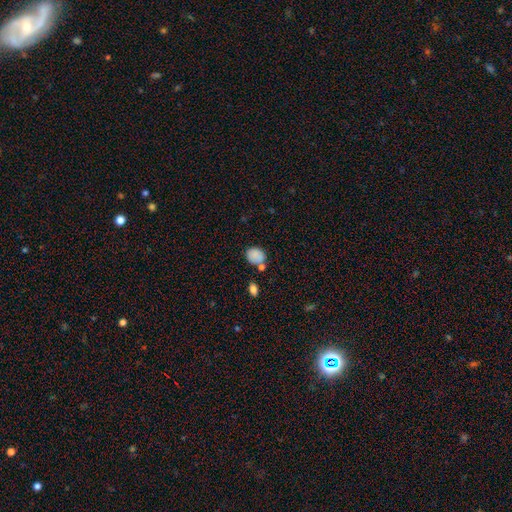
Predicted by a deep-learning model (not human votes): Smooth or featured: smooth — 83% (star or artifact — 9%)
How rounded: round — 55% (in between — 44%)
Merging: none — 61% (minor disturbance — 18%)